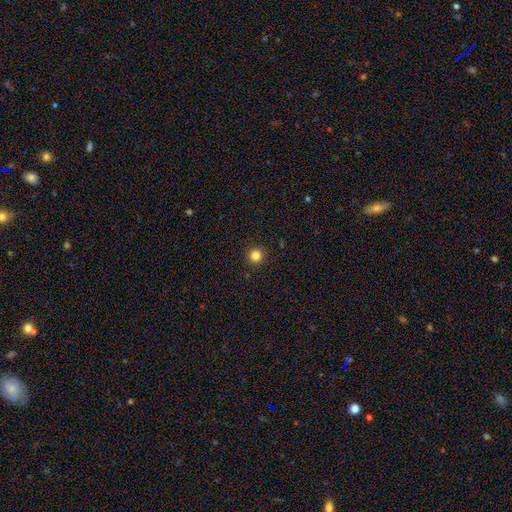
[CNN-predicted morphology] A smooth galaxy with no disk features (82%) that is round (96%).

Vote fractions:
- Smooth or featured? smooth: 82% / star or artifact: 13% / featured or disk: 4%
- How rounded? round: 96% / in between: 3% / cigar-shaped: 1%
- Merging? none: 93% / minor disturbance: 4% / major disturbance: 2% / merger: 1%